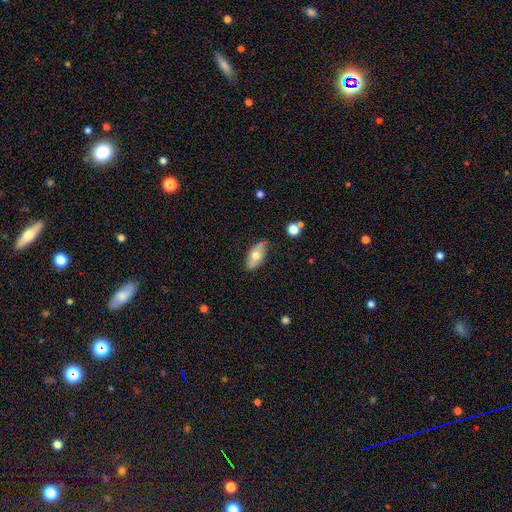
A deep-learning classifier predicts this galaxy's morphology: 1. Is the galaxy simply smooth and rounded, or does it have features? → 58% smooth, 35% featured or disk, 7% star or artifact.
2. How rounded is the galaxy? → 86% in between, 9% cigar-shaped, 4% round.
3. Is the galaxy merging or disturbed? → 76% none, 18% minor disturbance, 3% major disturbance, 3% merger.